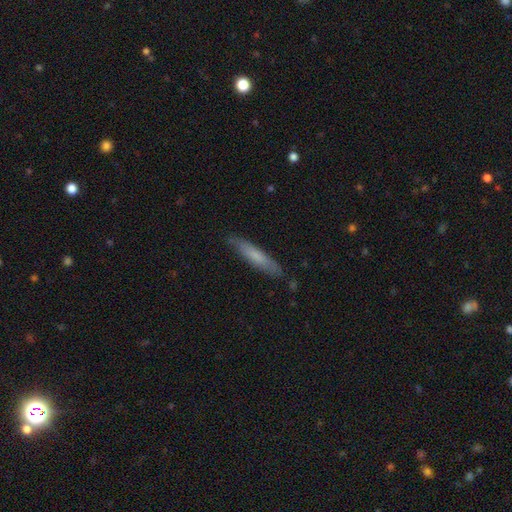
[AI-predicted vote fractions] smooth 69%, featured or disk 26%, star or artifact 6%. Down the decision tree: how rounded — cigar-shaped (89%); merging — none (84%).